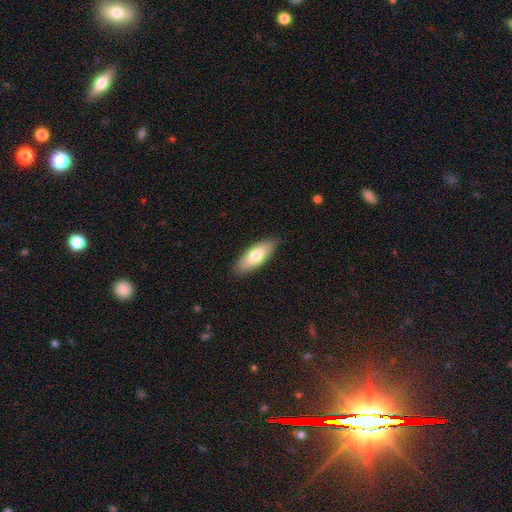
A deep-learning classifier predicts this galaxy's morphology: Smooth or featured? Predicted: smooth (p=0.74). How rounded? Predicted: in between (p=0.74). Merging? Predicted: none (p=0.85).